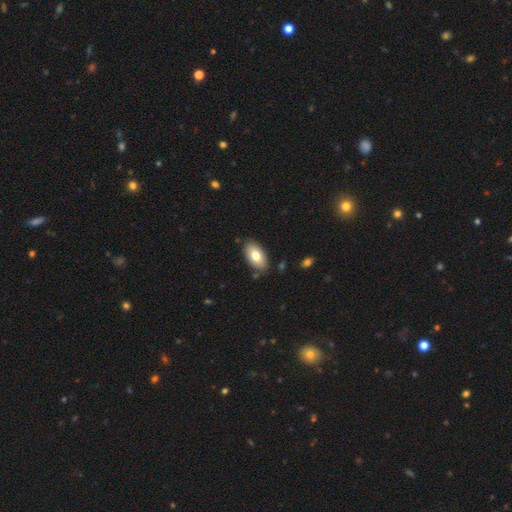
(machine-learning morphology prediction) type=smooth (76%); roundness=in between (94%); merging=none (85%).